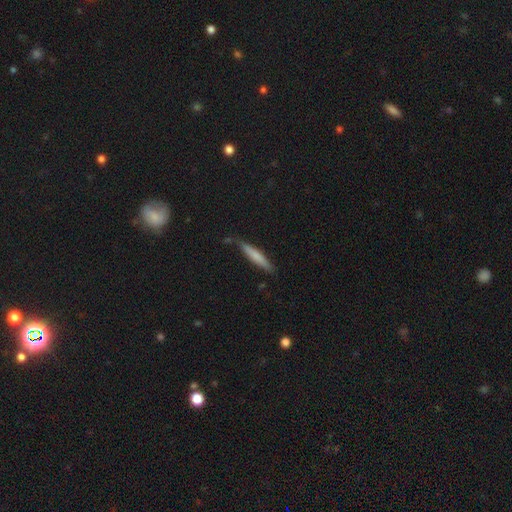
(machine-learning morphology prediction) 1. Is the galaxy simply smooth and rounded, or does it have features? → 67% smooth, 28% featured or disk, 6% star or artifact.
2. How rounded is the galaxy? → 91% cigar-shaped, 7% in between, 1% round.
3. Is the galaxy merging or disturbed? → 74% none, 19% minor disturbance, 4% major disturbance, 3% merger.